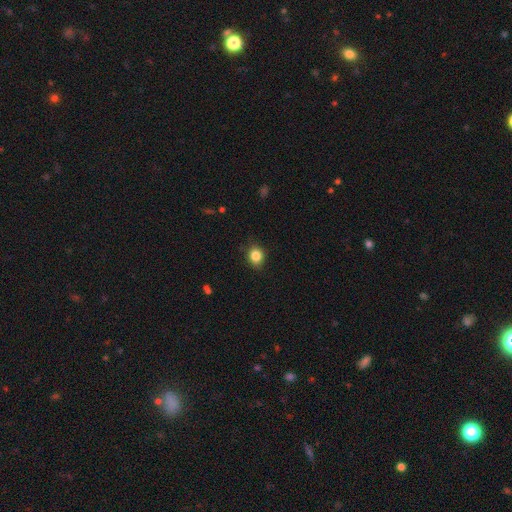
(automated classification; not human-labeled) Smooth or featured? smooth (85%)
How rounded? round (64%)
Merging? none (85%)